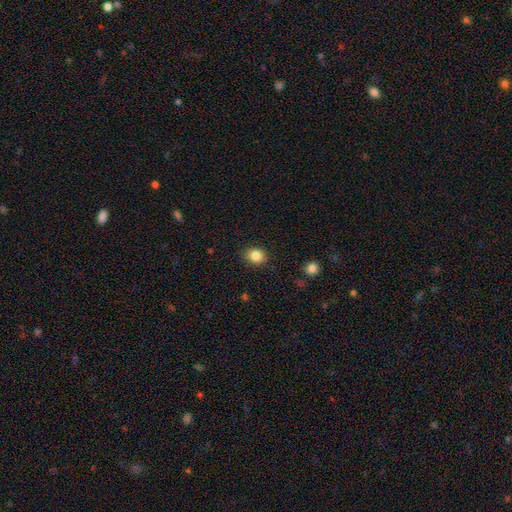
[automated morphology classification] smooth 85%, star or artifact 10%, featured or disk 5%. Down the decision tree: how rounded — round (62%); merging — none (89%).